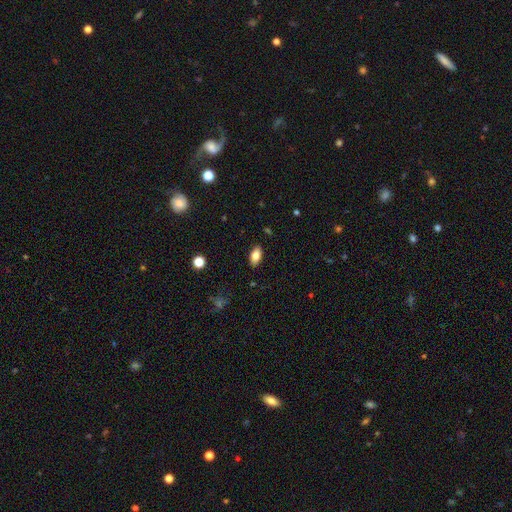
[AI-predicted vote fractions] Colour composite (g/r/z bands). It shows a smooth galaxy with no disk features (80%) that is in between round and cigar-shaped (90%). Merging: none (88%).